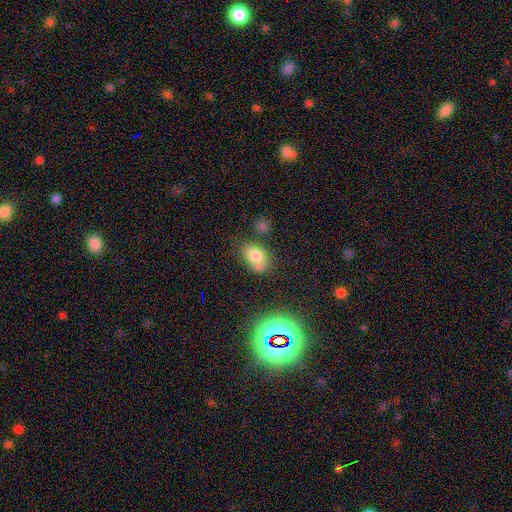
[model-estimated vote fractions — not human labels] smooth-or-featured: smooth: 75% | featured or disk: 14% | star or artifact: 11%
  how-rounded: in between: 76% | round: 22% | cigar-shaped: 2%
  merging: none: 48% | merger: 22% | minor disturbance: 22% | major disturbance: 8%